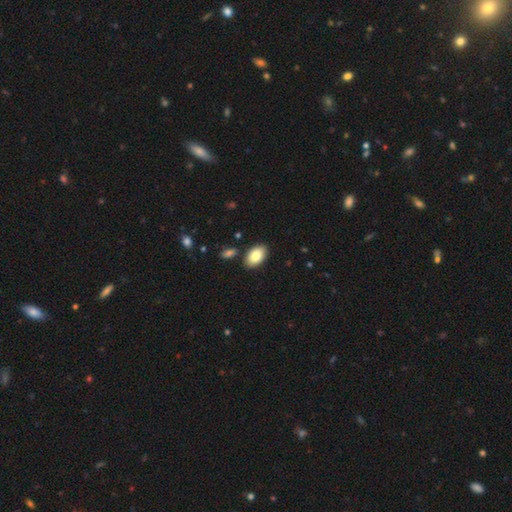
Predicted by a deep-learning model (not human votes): Smooth or featured? Predicted: smooth (p=0.85). How rounded? Predicted: in between (p=0.93). Merging? Predicted: none (p=0.85).